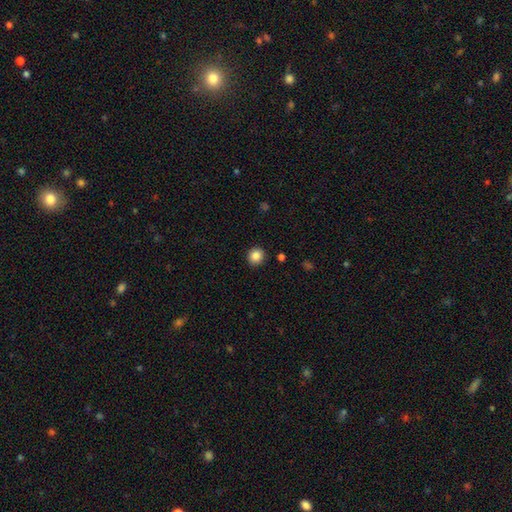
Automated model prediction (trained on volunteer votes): Overall: smooth (86%). How rounded: round (89%). Merging: none (91%).